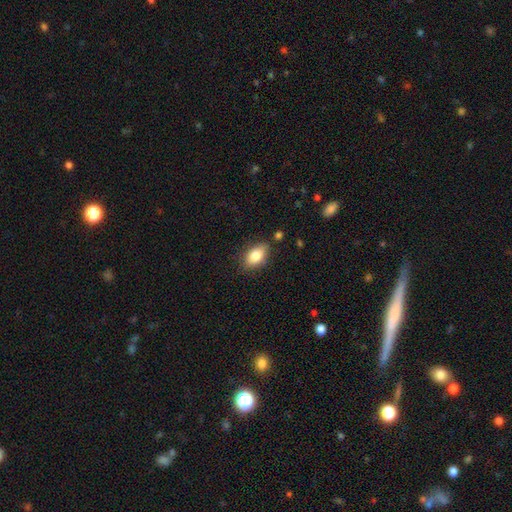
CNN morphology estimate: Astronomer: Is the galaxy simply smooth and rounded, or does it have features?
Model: smooth — 81%.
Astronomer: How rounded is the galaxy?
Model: in between — 89%.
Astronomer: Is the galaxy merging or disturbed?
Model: none — 80%.